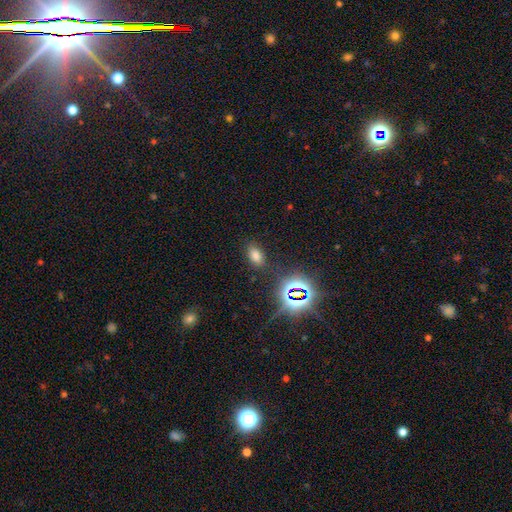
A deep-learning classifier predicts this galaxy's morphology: Smooth or featured? Predicted: smooth (p=0.68). How rounded? Predicted: in between (p=0.89). Merging? Predicted: none (p=0.83).